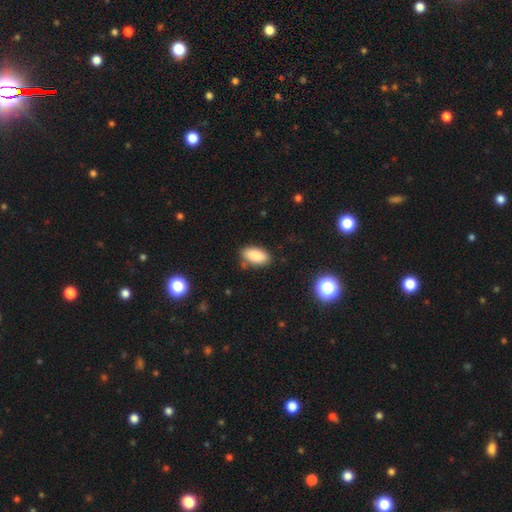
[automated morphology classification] This is clearly a smooth galaxy (87%). How rounded: clearly in between (93%). Merging: clearly none (82%).